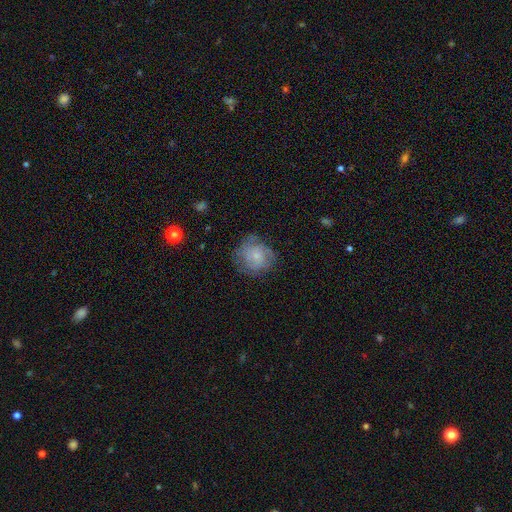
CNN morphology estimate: The model was most divided on "smooth or featured" (2-way tie): featured or disk: 46%, smooth: 46%, star or artifact: 9%. More confident: merging — none (65%).